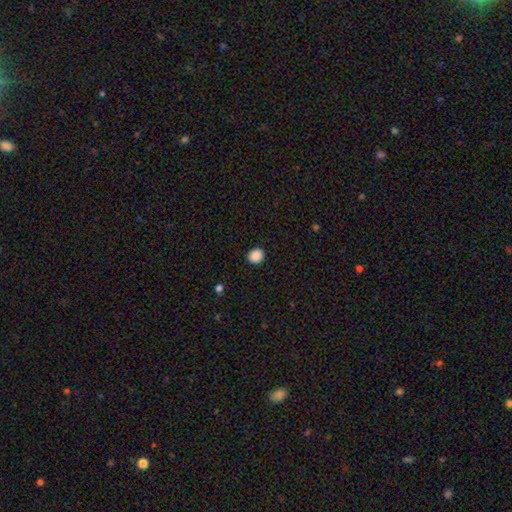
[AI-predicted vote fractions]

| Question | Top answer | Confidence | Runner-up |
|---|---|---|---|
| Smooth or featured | smooth | 89% | star or artifact (9%) |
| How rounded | round | 85% | in between (14%) |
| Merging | none | 91% | minor disturbance (6%) |